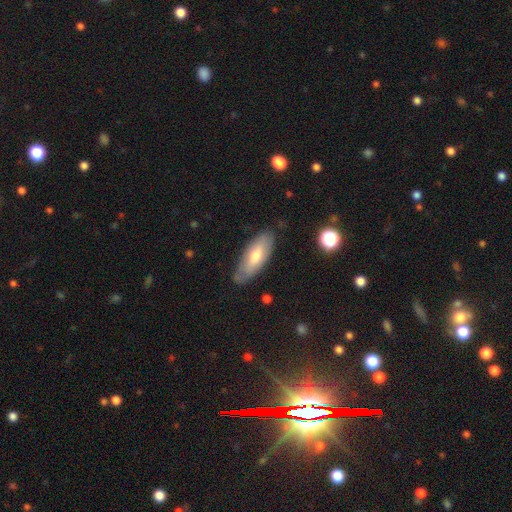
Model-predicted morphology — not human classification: smooth 57%, featured or disk 36%, star or artifact 7%. Down the decision tree: how rounded — in between (70%); merging — none (79%).